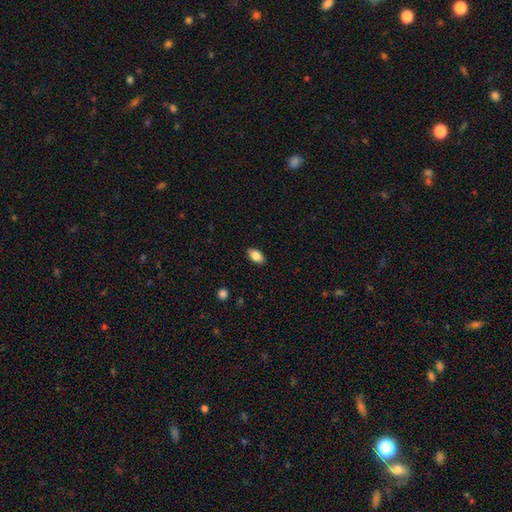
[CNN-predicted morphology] A smooth galaxy with no disk features (85%) that is in between round and cigar-shaped (91%).

Vote fractions:
- Smooth or featured? smooth: 85% / star or artifact: 8% / featured or disk: 7%
- How rounded? in between: 91% / round: 6% / cigar-shaped: 3%
- Merging? none: 88% / minor disturbance: 9% / major disturbance: 2% / merger: 1%